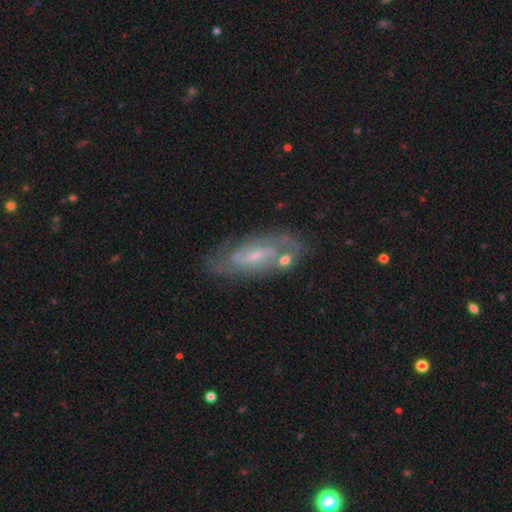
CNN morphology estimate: A featured or disk galaxy (77%) with a weak bar (53%), 2 (57%) medium (45%) spiral arms (89%) and a small central bulge (55%).

Vote fractions:
- Smooth or featured? featured or disk: 77% / smooth: 15% / star or artifact: 8%
- Edge-on disk? no: 89% / yes: 11%
- Bar? weak: 53% / no: 32% / strong: 15%
- Spiral arms? yes: 89% / no: 11%
- Spiral winding? medium: 45% / tight: 39% / loose: 17%
- Spiral arm count? 2: 57% / can't tell: 27% / 3: 7% / 1: 4% / 4: 3% / more than 4: 2%
- Bulge size? small: 55% / moderate: 30% / none: 12% / large: 2% / dominant: 1%
- Merging? none: 71% / minor disturbance: 17% / major disturbance: 7% / merger: 5%